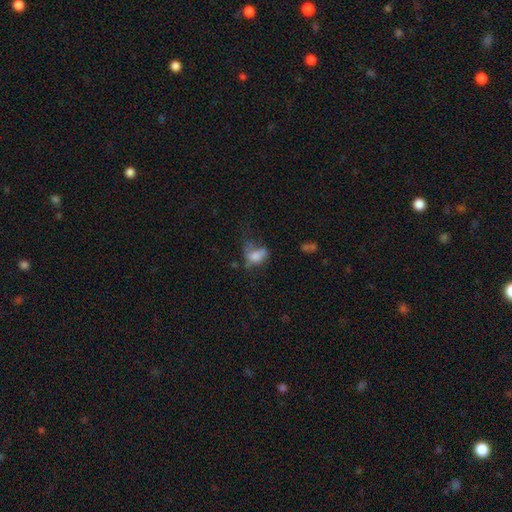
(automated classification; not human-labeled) Morphology: type=smooth (67%); roundness=in between (79%); merging=major disturbance (45%).